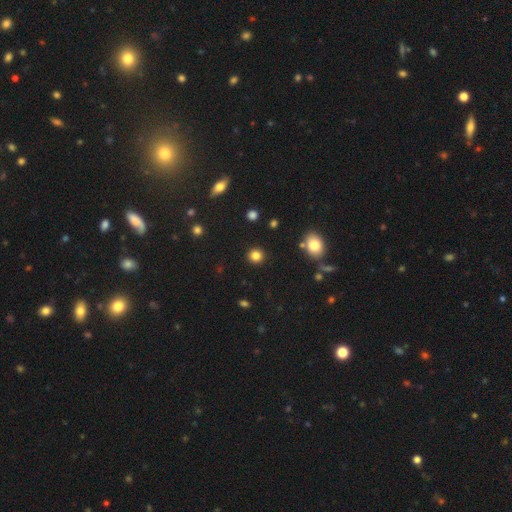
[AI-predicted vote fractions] Q: Smooth or featured?
A: smooth (84%); runner-up: star or artifact (11%)
Q: How rounded?
A: round (89%); runner-up: in between (10%)
Q: Merging?
A: none (91%); runner-up: minor disturbance (5%)